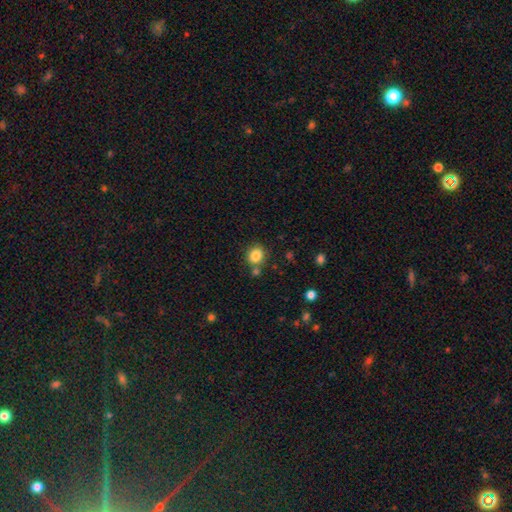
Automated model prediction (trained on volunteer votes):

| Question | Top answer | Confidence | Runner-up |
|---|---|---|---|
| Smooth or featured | smooth | 84% | star or artifact (10%) |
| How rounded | round | 75% | in between (24%) |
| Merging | none | 74% | merger (12%) |